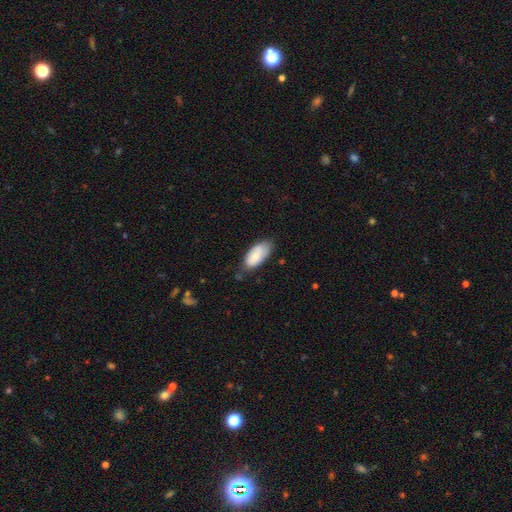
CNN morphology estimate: type=smooth (80%); roundness=in between (91%); merging=none (63%).